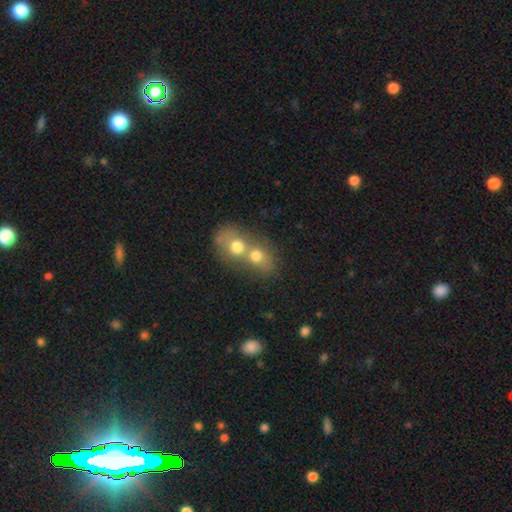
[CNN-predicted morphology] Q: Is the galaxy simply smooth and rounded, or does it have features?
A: smooth — 66%.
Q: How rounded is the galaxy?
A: round — 58%.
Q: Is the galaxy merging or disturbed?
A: merger — 75%.